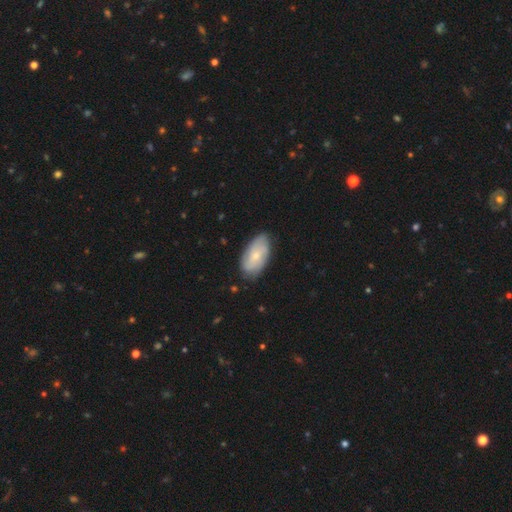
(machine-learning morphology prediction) Smooth or featured? Predicted: smooth (p=0.54). How rounded? Predicted: in between (p=0.93). Merging? Predicted: none (p=0.79).